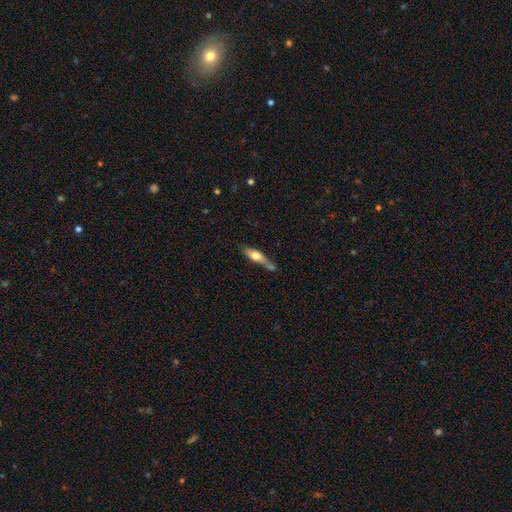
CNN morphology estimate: smooth_or_featured: smooth (p=0.59) [alt: featured or disk p=0.34]
how_rounded: cigar-shaped (p=0.63) [alt: in between p=0.34]
merging: none (p=0.44) [alt: minor disturbance p=0.24]